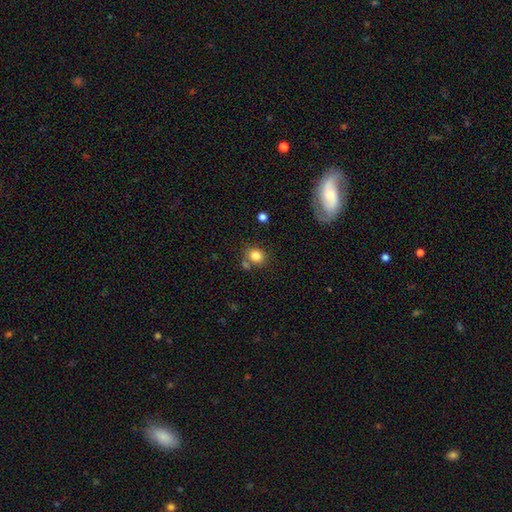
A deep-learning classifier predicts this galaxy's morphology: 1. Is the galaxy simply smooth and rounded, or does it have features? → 82% smooth, 11% star or artifact, 7% featured or disk.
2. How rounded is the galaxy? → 75% round, 24% in between, 1% cigar-shaped.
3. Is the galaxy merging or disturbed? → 65% none, 16% merger, 14% minor disturbance, 5% major disturbance.